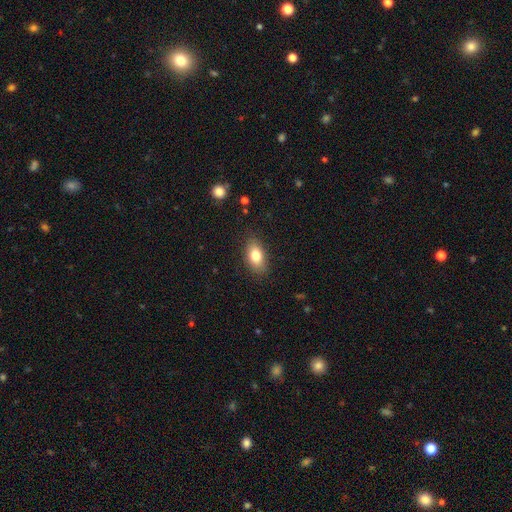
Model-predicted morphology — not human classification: Smooth or featured?
  - smooth: 81% *
  - featured or disk: 11%
  - star or artifact: 8%
How rounded?
  - in between: 89% *
  - round: 7%
  - cigar-shaped: 4%
Merging?
  - none: 85% *
  - minor disturbance: 11%
  - major disturbance: 3%
  - merger: 1%